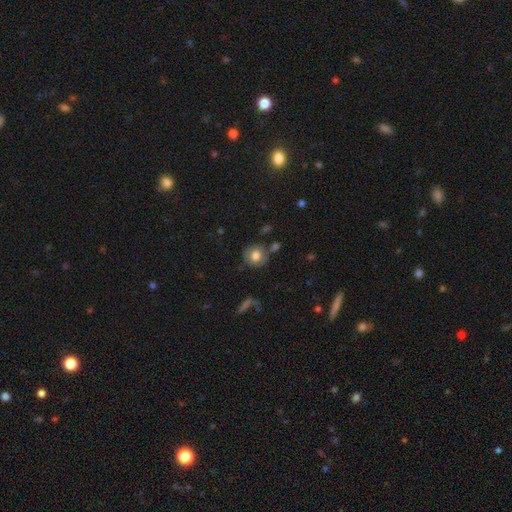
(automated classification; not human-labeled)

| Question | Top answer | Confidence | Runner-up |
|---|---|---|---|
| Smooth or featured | smooth | 73% | featured or disk (18%) |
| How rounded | round | 87% | in between (12%) |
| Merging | none | 75% | minor disturbance (14%) |